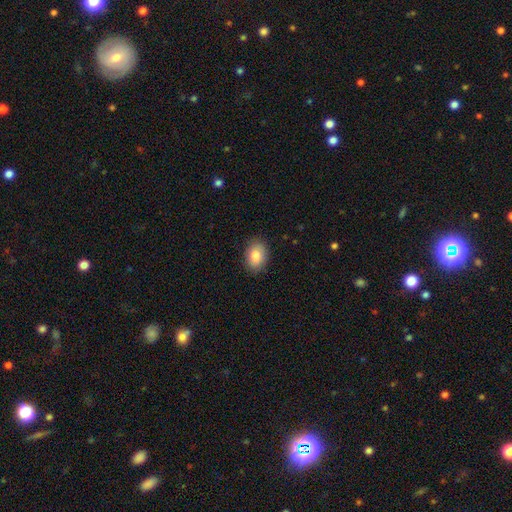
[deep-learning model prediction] A smooth galaxy with no disk features (85%) that is in between round and cigar-shaped (82%). Merging: none (87%).